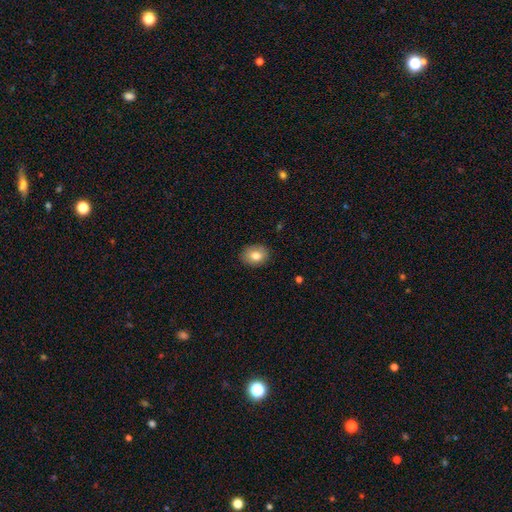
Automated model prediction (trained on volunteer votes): Morphology: type=smooth (80%); roundness=in between (53%); merging=none (88%).